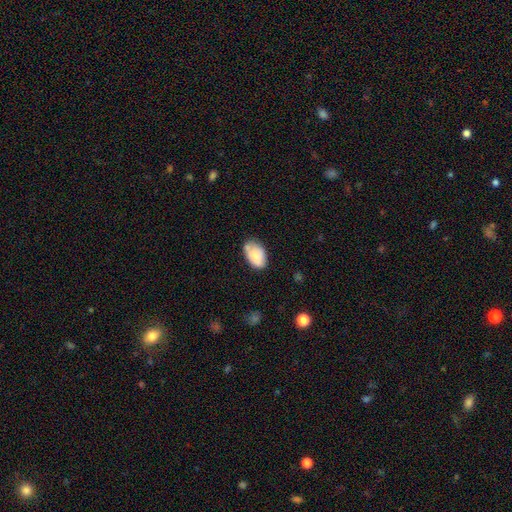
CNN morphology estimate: A smooth galaxy with no disk features (76%) that is in between round and cigar-shaped (92%). Merging: none (62%).